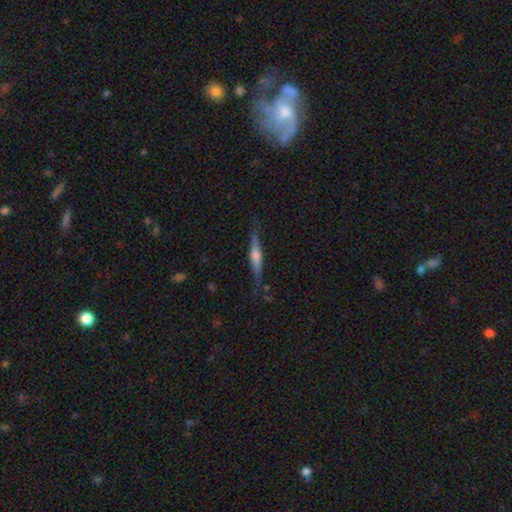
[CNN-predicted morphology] Smooth or featured: featured or disk — 69% (smooth — 25%)
Edge-on disk: yes — 97% (no — 3%)
Edge-on bulge: rounded — 76% (boxy — 16%)
Merging: none — 83% (minor disturbance — 13%)